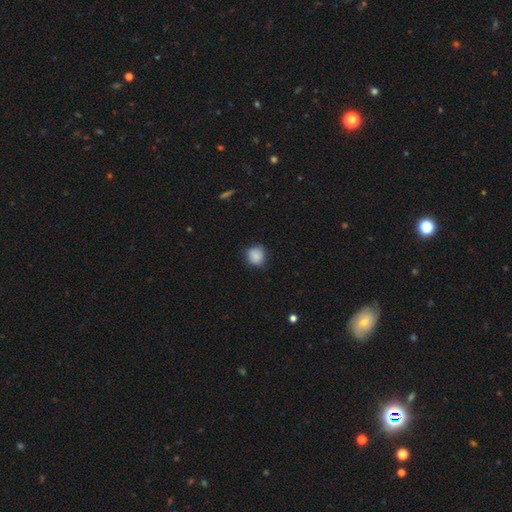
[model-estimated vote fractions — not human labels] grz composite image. It shows a smooth galaxy with no disk features (87%) that is round (84%). Merging: none (78%).